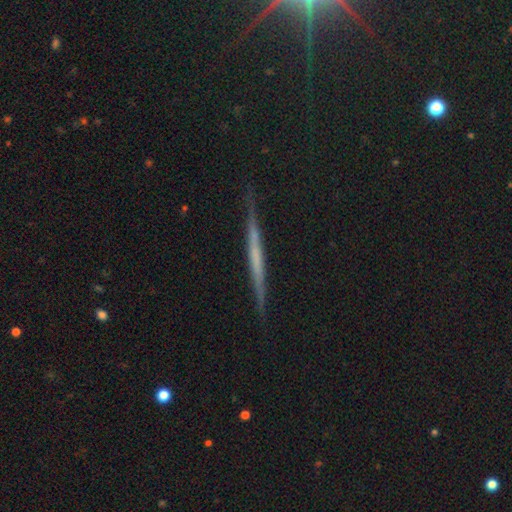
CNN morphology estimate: A featured or disk galaxy (60%) viewed edge-on (97%) with no central bulge (83%). Merging: none (90%).